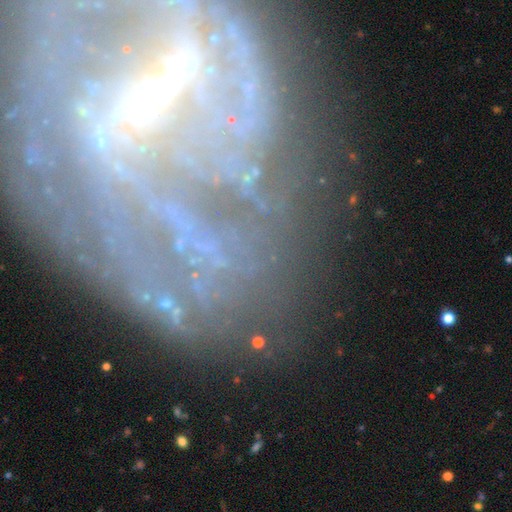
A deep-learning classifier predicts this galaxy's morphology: A featured or disk galaxy (71%) with a strong bar (44%), spiral arms (59%) and no central bulge (33%).

Vote fractions:
- Smooth or featured? featured or disk: 71% / star or artifact: 17% / smooth: 12%
- Edge-on disk? no: 89% / yes: 11%
- Bar? strong: 44% / weak: 29% / no: 27%
- Spiral arms? yes: 59% / no: 41%
- Bulge size? none: 33% / small: 32% / moderate: 26% / large: 6% / dominant: 3%
- Merging? none: 58% / major disturbance: 20% / minor disturbance: 17% / merger: 5%